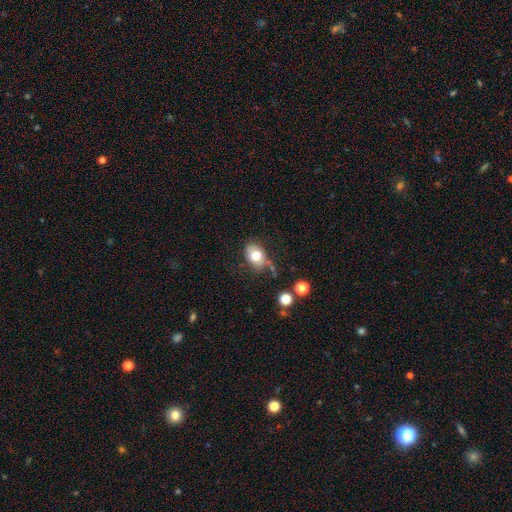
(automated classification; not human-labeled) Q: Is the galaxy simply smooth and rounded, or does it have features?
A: smooth — 75%.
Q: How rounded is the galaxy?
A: in between — 76%.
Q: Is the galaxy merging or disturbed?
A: none — 59%.